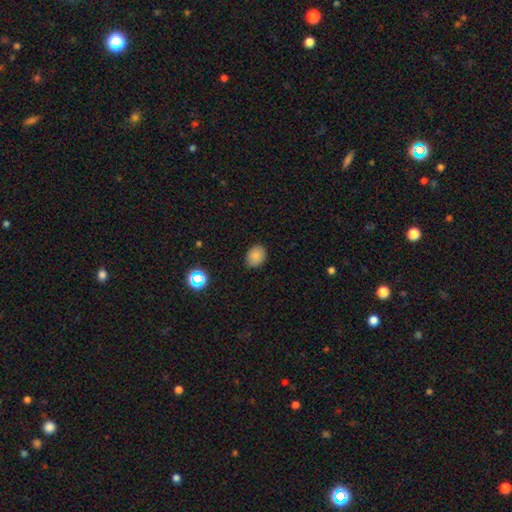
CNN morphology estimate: The model was most divided on "how rounded": in between: 61%, round: 38%, cigar-shaped: 1%. More confident: smooth or featured — smooth (82%); merging — none (82%).